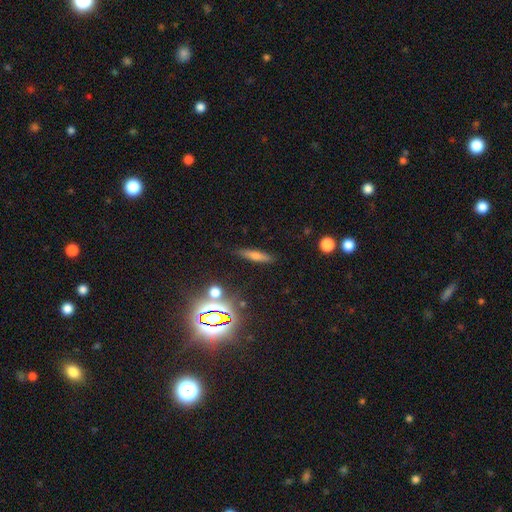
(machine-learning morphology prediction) A smooth galaxy with no disk features (56%) that is cigar-shaped (76%).

Vote fractions:
- Smooth or featured? smooth: 56% / featured or disk: 28% / star or artifact: 17%
- How rounded? cigar-shaped: 76% / in between: 20% / round: 4%
- Merging? none: 86% / minor disturbance: 9% / major disturbance: 3% / merger: 2%